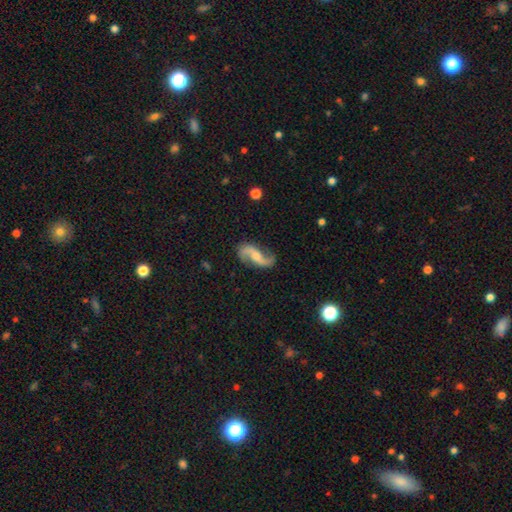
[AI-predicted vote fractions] This is clearly a featured or disk galaxy (89%). It is clearly not viewed edge-on (97%). Bar: possibly no (48%). Spiral arm pattern: clearly yes (97%). Spiral arm count: clearly 2 (94%). Spiral winding: likely loose (79%). Central bulge: possibly moderate (45%). Merging: likely none (80%).